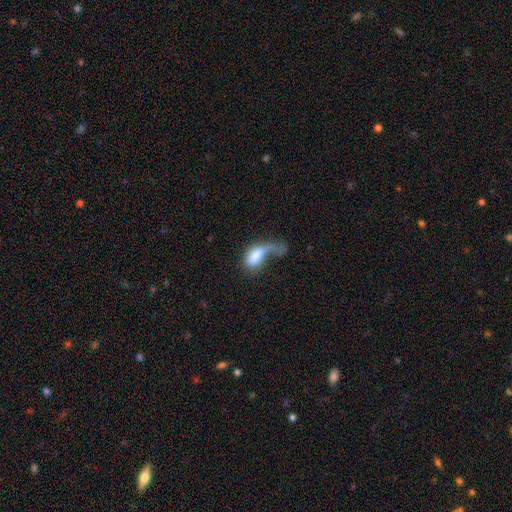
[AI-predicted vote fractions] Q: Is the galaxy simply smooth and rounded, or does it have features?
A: smooth — 66%.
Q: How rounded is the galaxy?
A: in between — 83%.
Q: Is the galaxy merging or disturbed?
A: major disturbance — 60%.